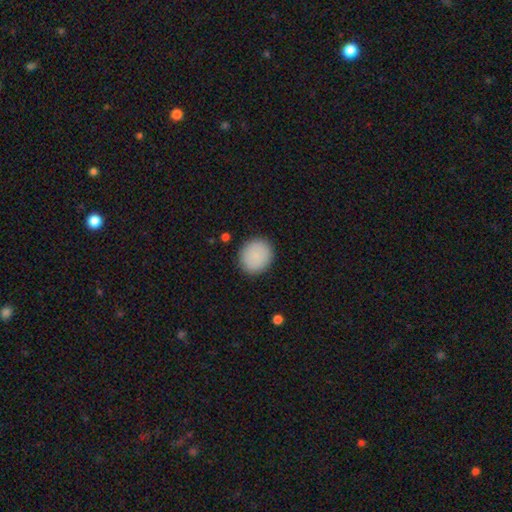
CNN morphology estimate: Overall: smooth (88%). How rounded: round (83%). Merging: none (90%).